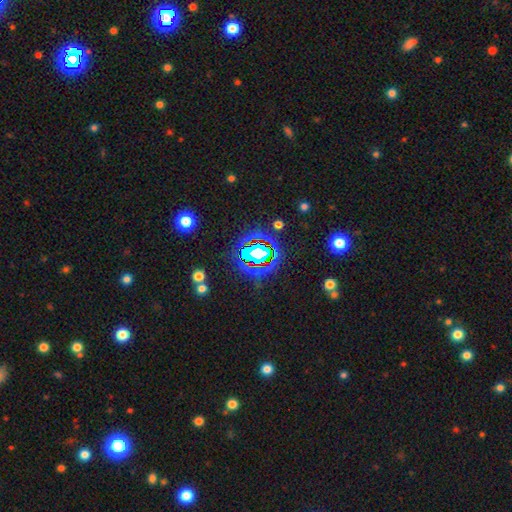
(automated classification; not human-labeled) Morphology: type=star or artifact (73%).